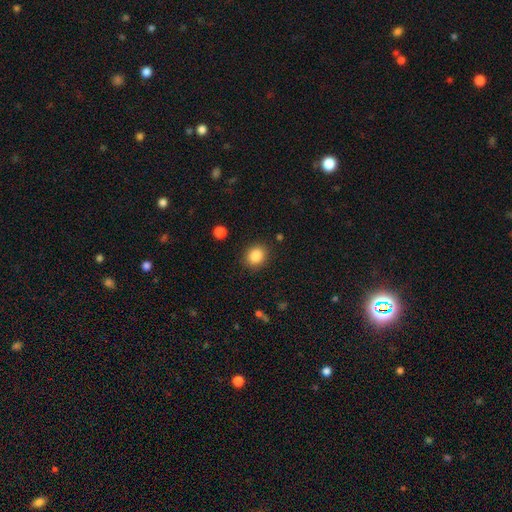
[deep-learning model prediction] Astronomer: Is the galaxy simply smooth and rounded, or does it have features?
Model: smooth — 87%.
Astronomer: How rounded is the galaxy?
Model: round — 66%.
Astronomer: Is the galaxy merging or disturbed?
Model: none — 87%.